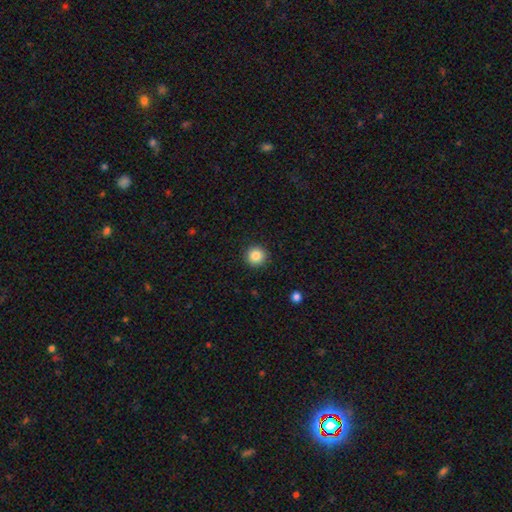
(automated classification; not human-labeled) Smooth or featured? Predicted: smooth (p=0.85). How rounded? Predicted: round (p=0.95). Merging? Predicted: none (p=0.92).